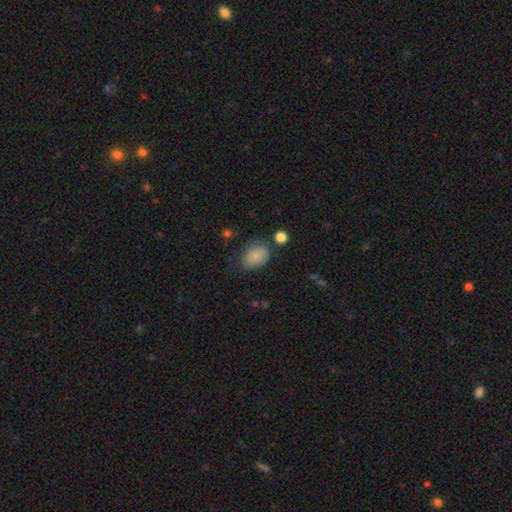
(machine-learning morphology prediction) Smooth or featured?
  - smooth: 83% *
  - star or artifact: 9%
  - featured or disk: 8%
How rounded?
  - in between: 76% *
  - round: 23%
  - cigar-shaped: 1%
Merging?
  - none: 66% *
  - minor disturbance: 22%
  - major disturbance: 7%
  - merger: 4%